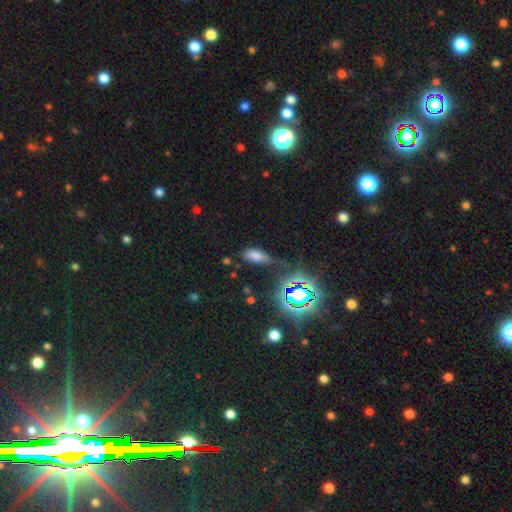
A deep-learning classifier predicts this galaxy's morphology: Smooth or featured: smooth — 67% (star or artifact — 23%)
How rounded: in between — 79% (cigar-shaped — 17%)
Merging: none — 54% (minor disturbance — 28%)